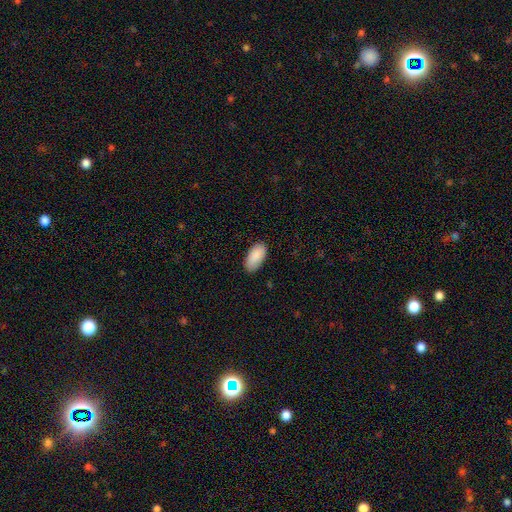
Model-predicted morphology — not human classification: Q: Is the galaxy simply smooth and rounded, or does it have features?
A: smooth — 90%.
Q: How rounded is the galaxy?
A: in between — 95%.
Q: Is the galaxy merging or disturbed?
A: none — 84%.